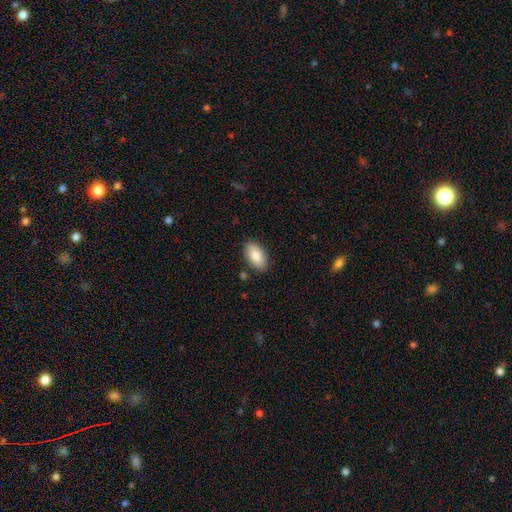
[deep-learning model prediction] Q: Smooth or featured?
A: smooth (86%); runner-up: featured or disk (8%)
Q: How rounded?
A: in between (94%); runner-up: round (3%)
Q: Merging?
A: none (87%); runner-up: minor disturbance (9%)